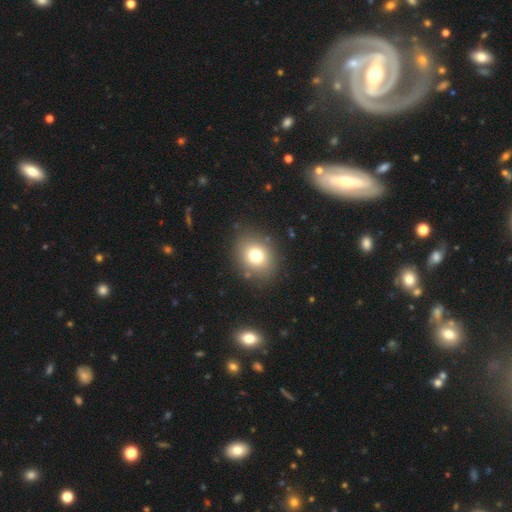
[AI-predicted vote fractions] A smooth galaxy with no disk features (75%) that is round (54%).

Vote fractions:
- Smooth or featured? smooth: 75% / star or artifact: 13% / featured or disk: 12%
- How rounded? round: 54% / in between: 45% / cigar-shaped: 1%
- Merging? none: 84% / minor disturbance: 9% / major disturbance: 4% / merger: 2%